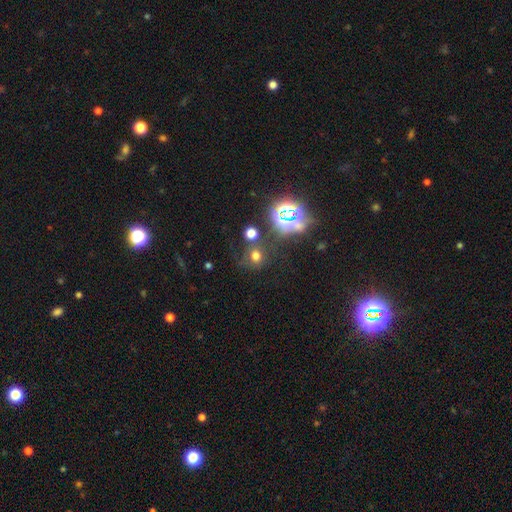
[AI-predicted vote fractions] Smooth or featured? smooth (57%)
How rounded? round (76%)
Merging? none (67%)